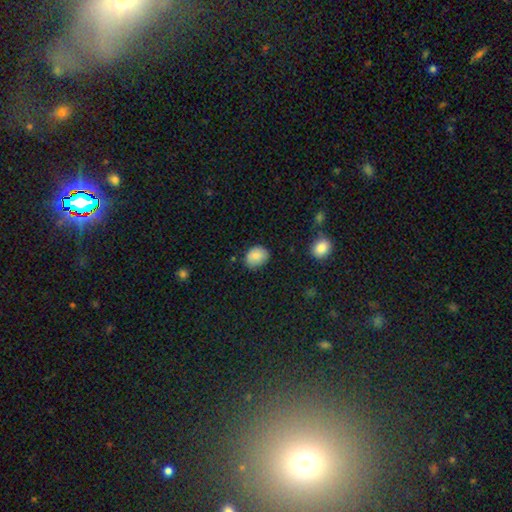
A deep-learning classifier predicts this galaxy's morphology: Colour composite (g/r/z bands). It shows a smooth galaxy with no disk features (87%) that is in between round and cigar-shaped (50%). Merging: none (75%).